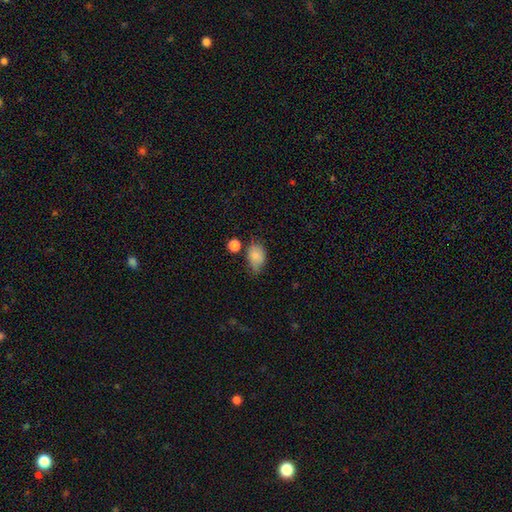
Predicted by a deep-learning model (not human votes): Q: Smooth or featured?
A: smooth (79%); runner-up: featured or disk (11%)
Q: How rounded?
A: in between (79%); runner-up: round (20%)
Q: Merging?
A: none (47%); runner-up: minor disturbance (35%)